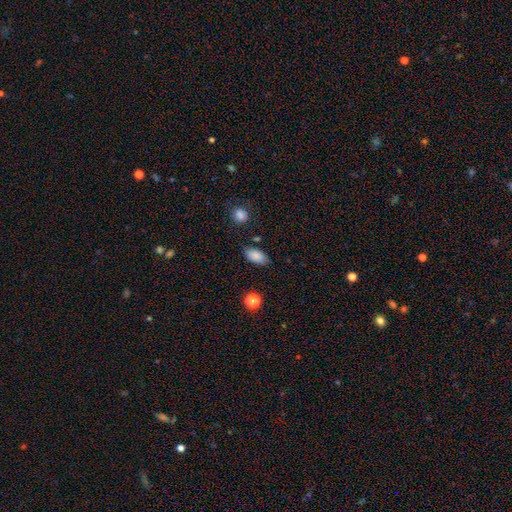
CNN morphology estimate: The model was most divided on "merging": none: 77%, minor disturbance: 16%, major disturbance: 4%, merger: 3%. More confident: how rounded — in between (91%); smooth or featured — smooth (86%).